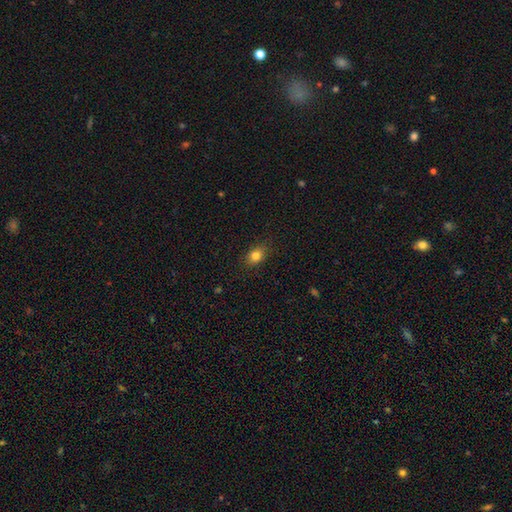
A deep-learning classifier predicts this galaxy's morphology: A smooth galaxy with no disk features (81%) that is in between round and cigar-shaped (63%). Merging: none (85%).